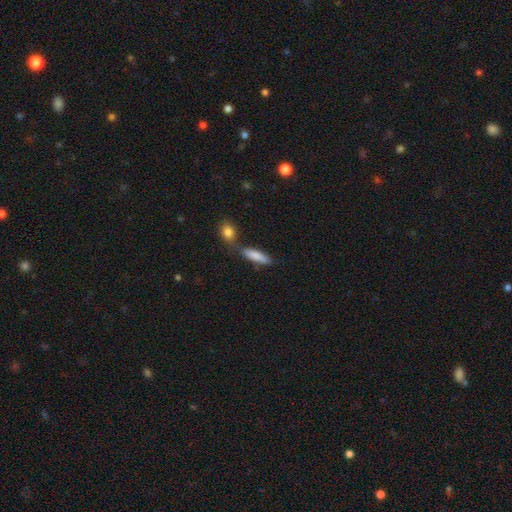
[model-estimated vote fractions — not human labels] Overall: smooth (83%). How rounded: cigar-shaped (62%; in between 35%). Merging: none (64%).